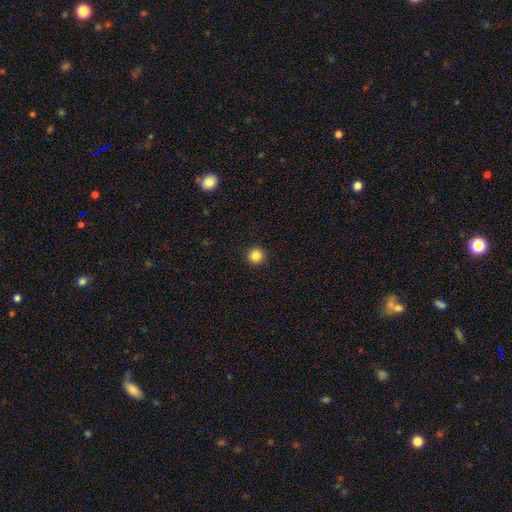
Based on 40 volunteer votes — smooth-or-featured: smooth: 88% | featured or disk: 8% | star or artifact: 5%
  how-rounded: round: 94% | in between: 6% | cigar-shaped: 0%
  merging: none: 92% | merger: 5% | major disturbance: 3% | minor disturbance: 0%